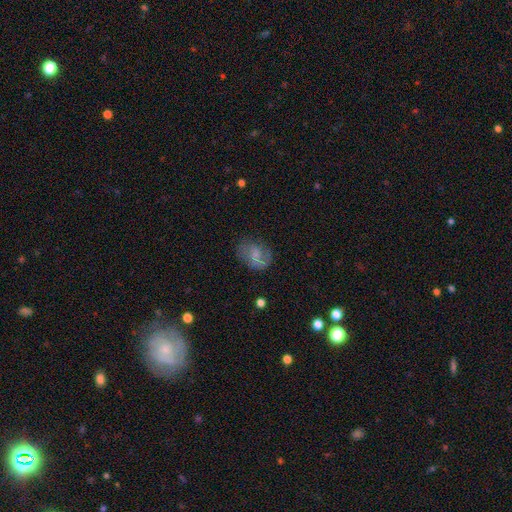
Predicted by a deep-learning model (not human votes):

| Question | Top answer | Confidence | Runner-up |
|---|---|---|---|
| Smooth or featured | featured or disk | 46% | smooth (44%) |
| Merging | none | 65% | minor disturbance (21%) |